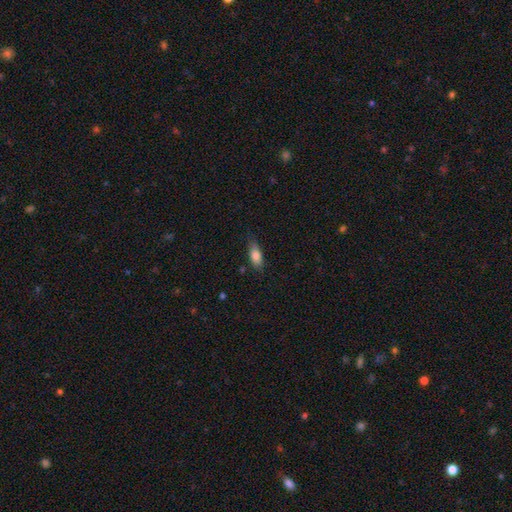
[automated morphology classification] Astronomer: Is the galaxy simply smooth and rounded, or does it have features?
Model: smooth — 80%.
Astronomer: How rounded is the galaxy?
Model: in between — 79%.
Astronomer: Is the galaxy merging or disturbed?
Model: none — 74%.